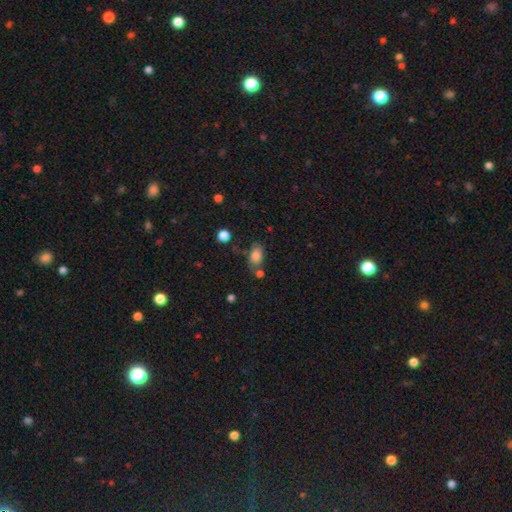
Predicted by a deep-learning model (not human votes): smooth_or_featured: smooth (p=0.82) [alt: star or artifact p=0.10]
how_rounded: in between (p=0.85) [alt: round p=0.13]
merging: none (p=0.58) [alt: minor disturbance p=0.20]